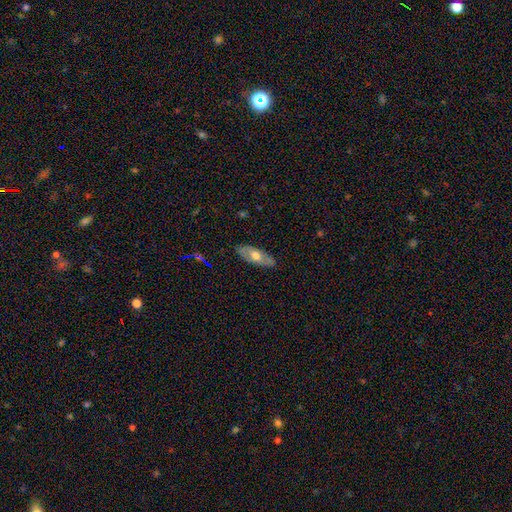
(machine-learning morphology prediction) A smooth galaxy with no disk features (50%) that is in between round and cigar-shaped (77%). Merging: none (83%).